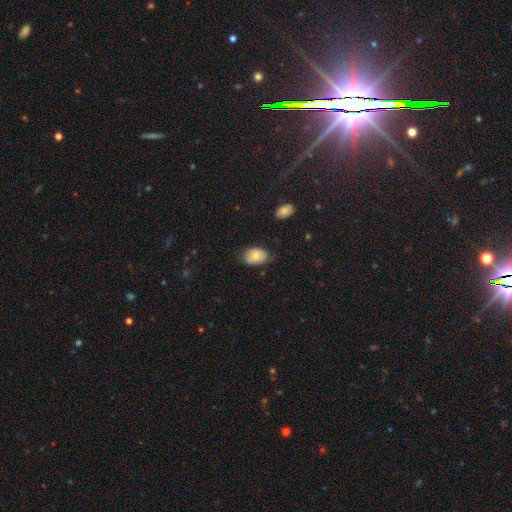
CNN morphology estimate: A smooth galaxy with no disk features (76%) that is in between round and cigar-shaped (83%). Merging: none (67%).